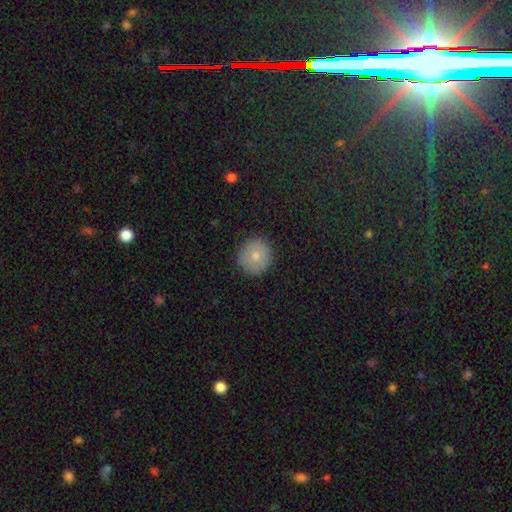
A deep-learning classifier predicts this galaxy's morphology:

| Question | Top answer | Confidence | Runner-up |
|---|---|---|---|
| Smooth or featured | smooth | 76% | featured or disk (16%) |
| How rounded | round | 94% | in between (5%) |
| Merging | none | 89% | minor disturbance (8%) |